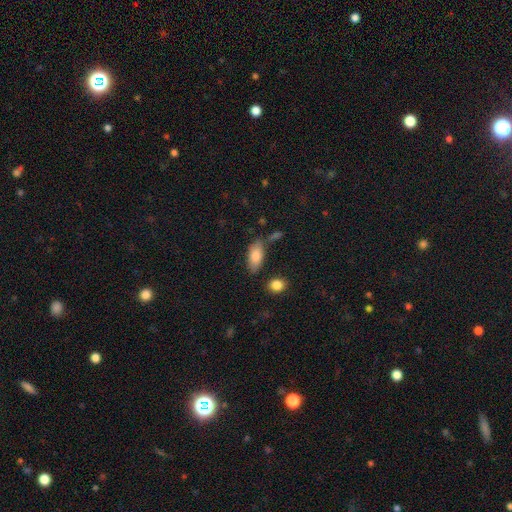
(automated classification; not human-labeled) This appears to be a smooth galaxy with no disk features (83%) that is in between round and cigar-shaped (87%). Merging: none (66%).